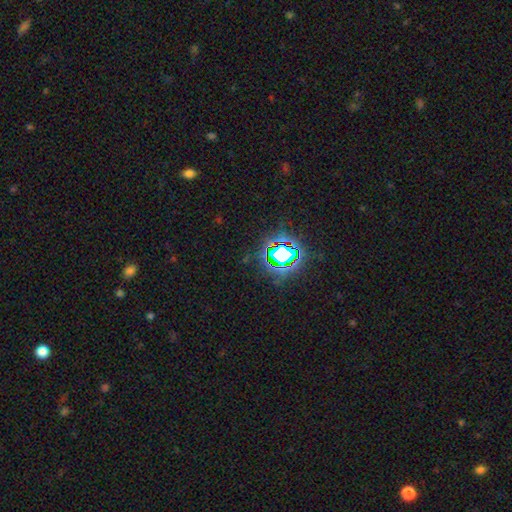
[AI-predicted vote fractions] star or artifact 79%, smooth 14%, featured or disk 7%.